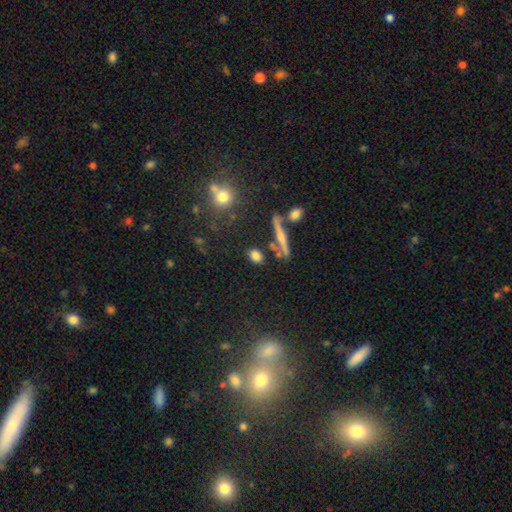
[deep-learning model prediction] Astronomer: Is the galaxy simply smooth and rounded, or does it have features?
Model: smooth — 75%.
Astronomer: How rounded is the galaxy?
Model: in between — 61%.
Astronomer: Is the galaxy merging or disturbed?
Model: none — 76%.